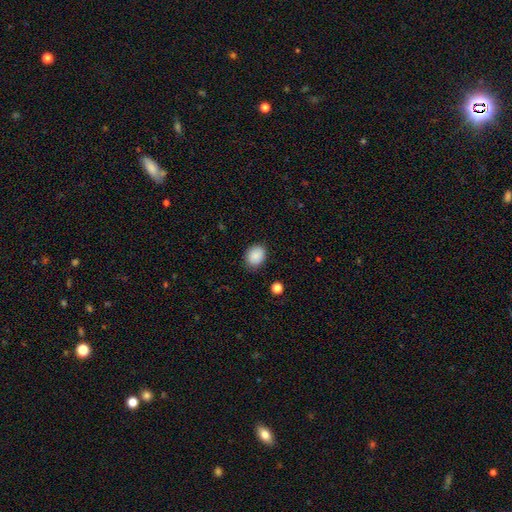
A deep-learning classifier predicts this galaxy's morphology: Smooth or featured? Predicted: smooth (p=0.88). How rounded? Predicted: in between (p=0.54). Merging? Predicted: none (p=0.83).